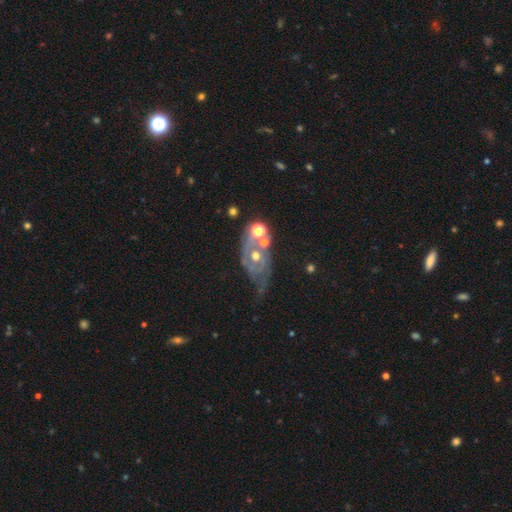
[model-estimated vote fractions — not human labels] A featured or disk galaxy (66%) with no bar (79%), spiral arms (67%) and a moderate central bulge (49%). Merging: none (40%).